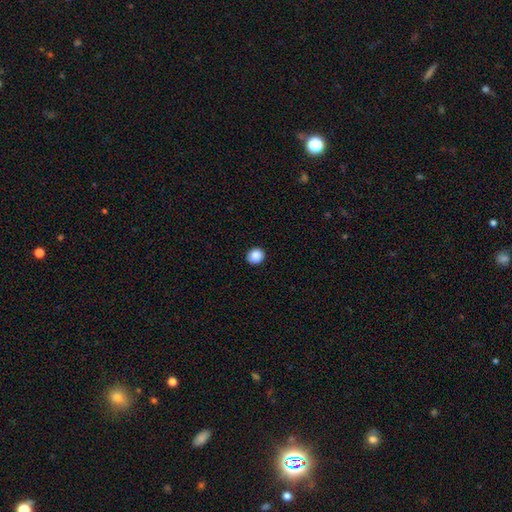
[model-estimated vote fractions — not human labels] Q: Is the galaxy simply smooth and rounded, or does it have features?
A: smooth — 88%.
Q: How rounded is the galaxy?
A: round — 81%.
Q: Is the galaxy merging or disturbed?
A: none — 91%.